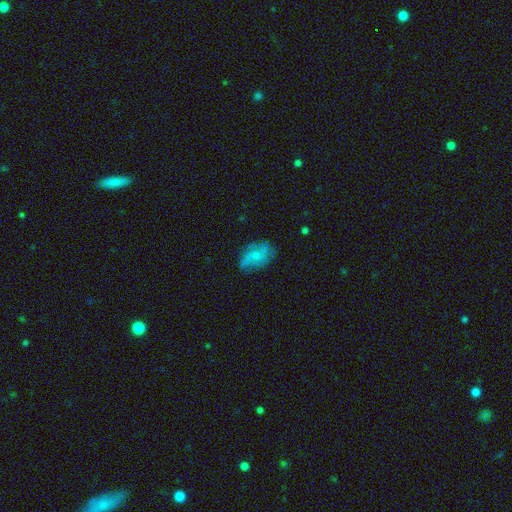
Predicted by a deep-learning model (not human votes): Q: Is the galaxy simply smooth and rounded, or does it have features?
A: featured or disk — 49%.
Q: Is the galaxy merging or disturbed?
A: none — 58%.